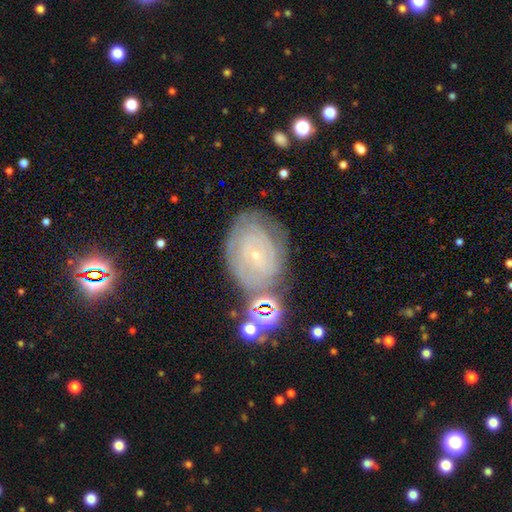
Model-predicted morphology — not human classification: smooth-or-featured: featured or disk: 70% | smooth: 19% | star or artifact: 11%
  disk-edge-on: no: 96% | yes: 4%
    bar: no: 71% | weak: 22% | strong: 6%
    has-spiral-arms: yes: 82% | no: 18%
      spiral-winding: tight: 77% | medium: 17% | loose: 6%
      spiral-arm-count: can't tell: 58% | 2: 14% | 3: 9% | 4: 9% | more than 4: 6% | 1: 5%
    bulge-size: small: 89% | moderate: 7% | none: 2% | large: 1% | dominant: 1%
  merging: none: 62% | minor disturbance: 22% | major disturbance: 10% | merger: 7%